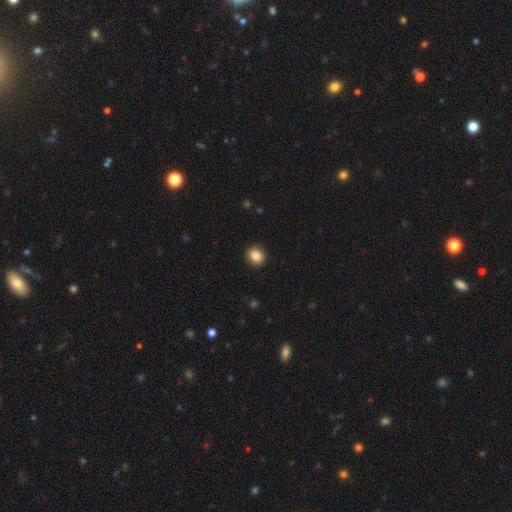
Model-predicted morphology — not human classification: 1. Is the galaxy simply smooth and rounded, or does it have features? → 87% smooth, 9% star or artifact, 4% featured or disk.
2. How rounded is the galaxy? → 81% round, 18% in between, 1% cigar-shaped.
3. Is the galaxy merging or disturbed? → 92% none, 5% minor disturbance, 2% major disturbance, 1% merger.